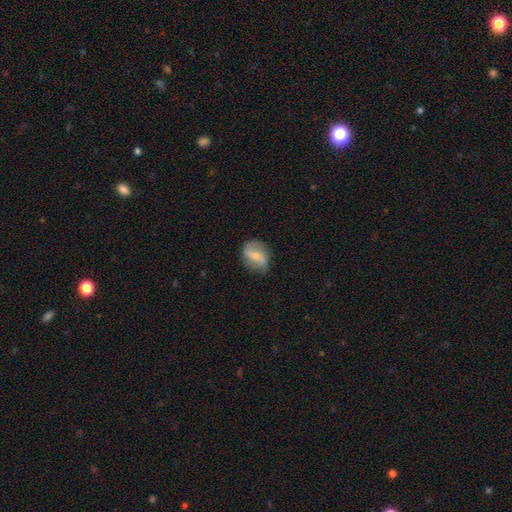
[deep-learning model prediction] Smooth or featured: featured or disk — 59% (smooth — 34%)
Edge-on disk: no — 96% (yes — 4%)
Bar: weak — 44% (no — 29%)
Spiral arms: yes — 84% (no — 16%)
Bulge size: small — 51% (moderate — 40%)
Merging: none — 72% (minor disturbance — 21%)